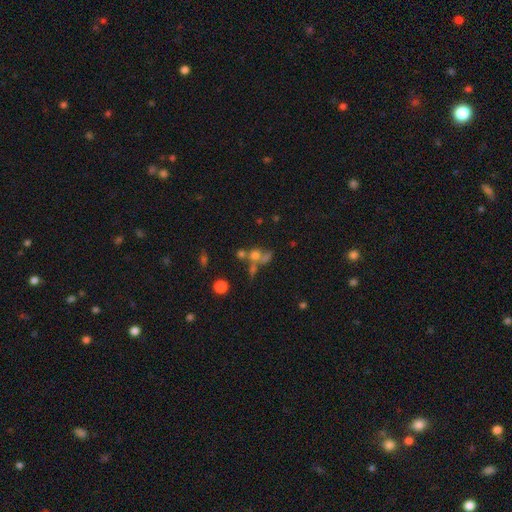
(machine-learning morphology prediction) This appears to be a smooth galaxy with no disk features (57%) that is round (71%). Merging: merger (46%).